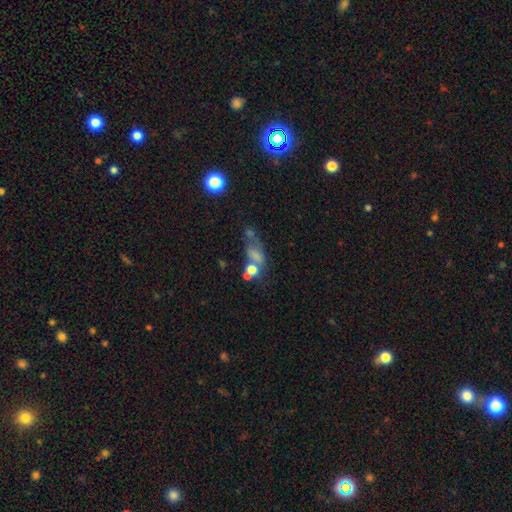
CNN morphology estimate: smooth 55%, featured or disk 27%, star or artifact 18%. Down the decision tree: how rounded — in between (73%); merging — merger (38%).